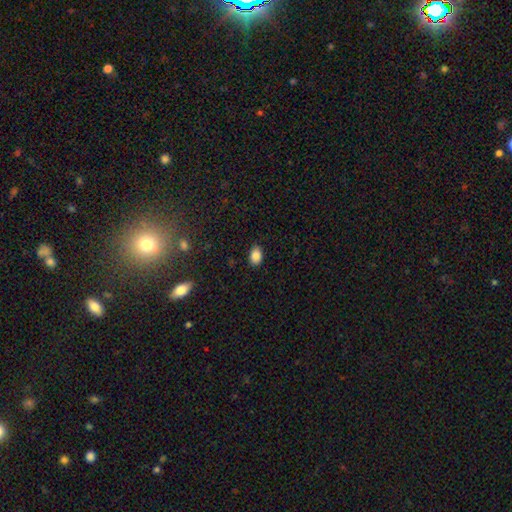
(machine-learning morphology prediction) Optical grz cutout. It shows a smooth galaxy with no disk features (87%) that is in between round and cigar-shaped (84%). Merging: none (87%).